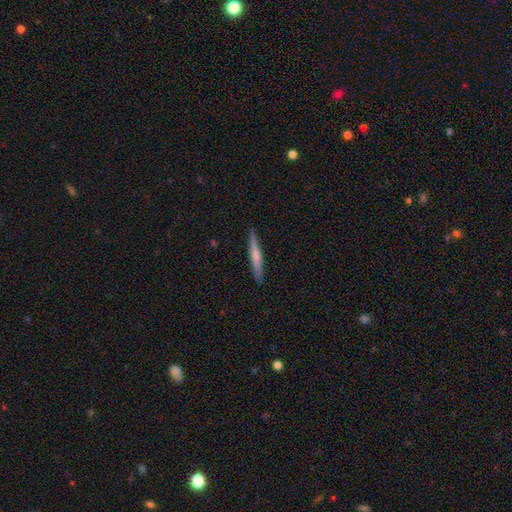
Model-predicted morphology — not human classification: Smooth or featured? Predicted: smooth (p=0.59). How rounded? Predicted: cigar-shaped (p=0.95). Merging? Predicted: none (p=0.90).